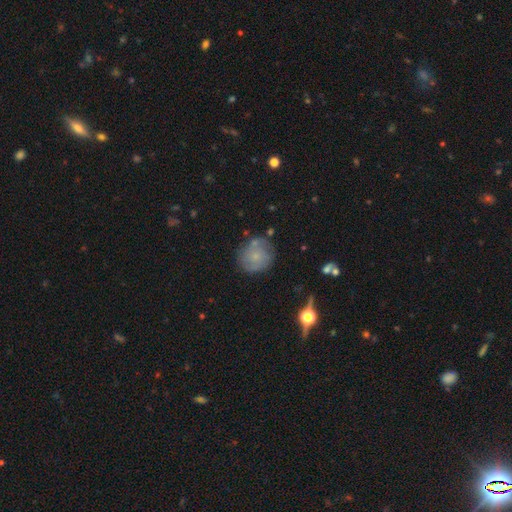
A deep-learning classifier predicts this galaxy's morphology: smooth 52%, featured or disk 38%, star or artifact 10%. Down the decision tree: how rounded — round (85%); merging — none (70%).